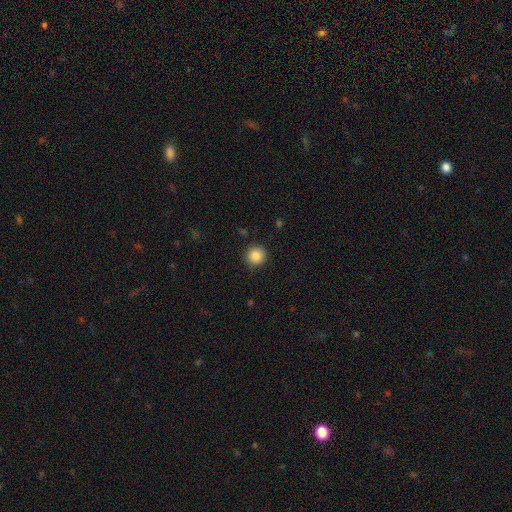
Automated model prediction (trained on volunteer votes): smooth-or-featured: smooth: 87% | star or artifact: 10% | featured or disk: 4%
  how-rounded: round: 95% | in between: 4% | cigar-shaped: 1%
  merging: none: 90% | minor disturbance: 7% | major disturbance: 2% | merger: 1%